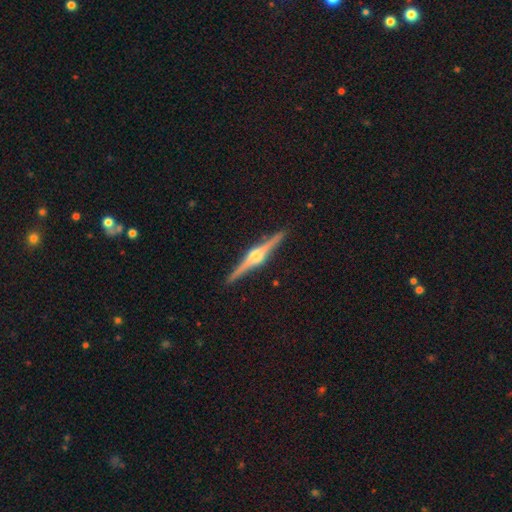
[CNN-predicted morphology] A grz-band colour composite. It shows a featured or disk galaxy (86%) viewed edge-on (99%) with a rounded central bulge (93%). Merging: none (91%).